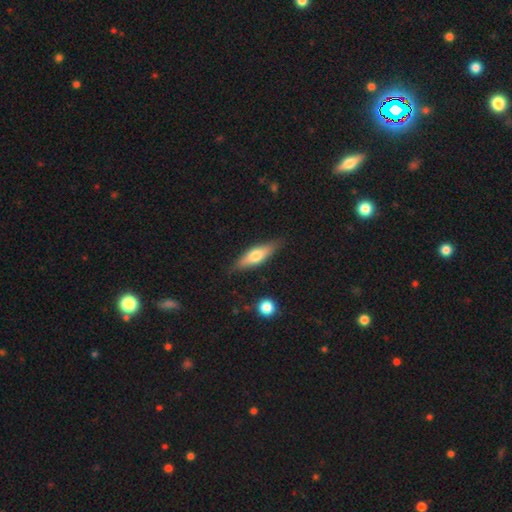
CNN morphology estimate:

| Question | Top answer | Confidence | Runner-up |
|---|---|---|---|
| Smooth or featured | smooth | 58% | featured or disk (37%) |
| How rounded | cigar-shaped | 50% | in between (47%) |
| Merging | none | 82% | minor disturbance (13%) |